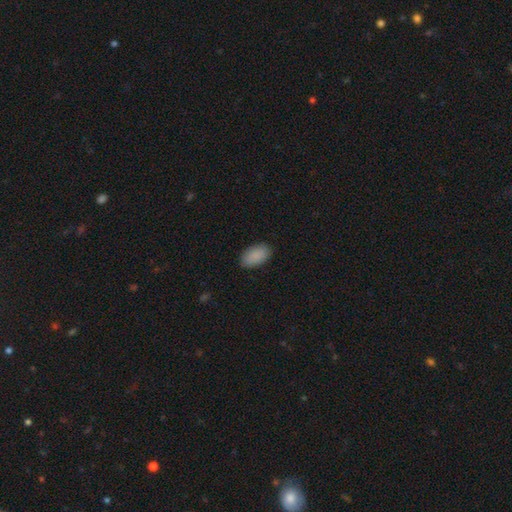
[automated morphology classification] This is clearly a smooth galaxy (90%). How rounded: clearly in between (94%). Merging: clearly none (87%).